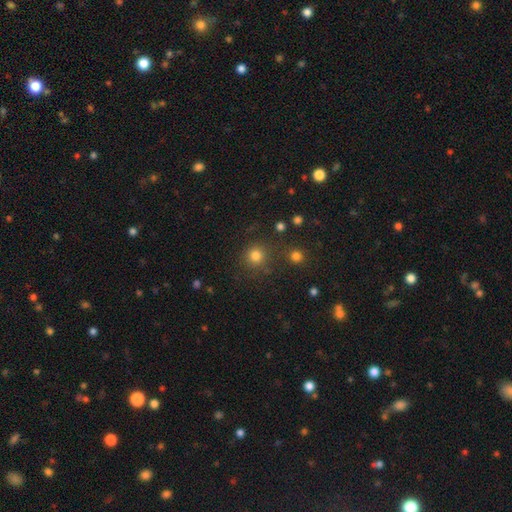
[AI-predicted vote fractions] Smooth or featured: smooth — 80% (star or artifact — 15%)
How rounded: round — 93% (in between — 6%)
Merging: none — 79% (minor disturbance — 8%)